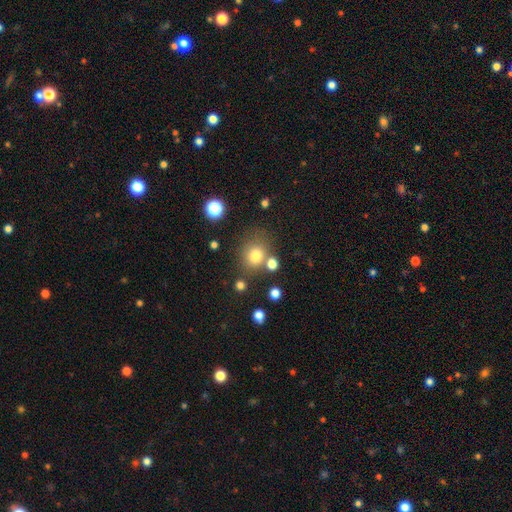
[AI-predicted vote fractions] Overall: smooth (76%). How rounded: round (72%). Merging: none (67%).